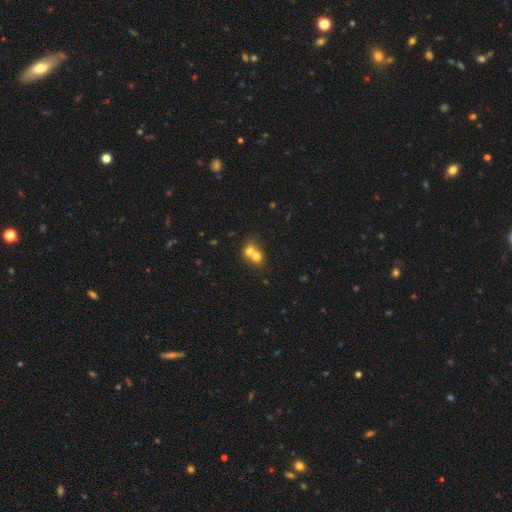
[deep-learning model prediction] Smooth or featured? Predicted: smooth (p=0.67). How rounded? Predicted: round (p=0.69). Merging? Predicted: merger (p=0.71).